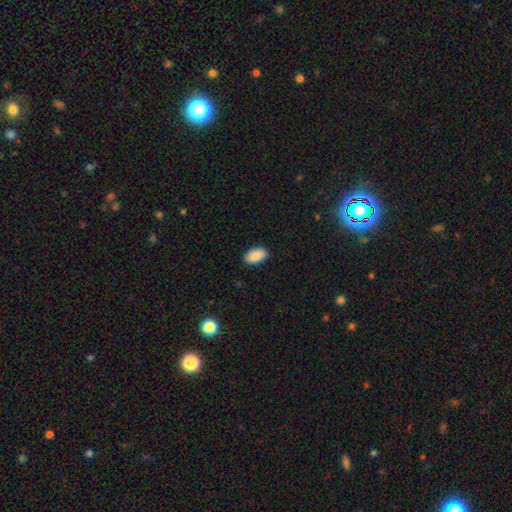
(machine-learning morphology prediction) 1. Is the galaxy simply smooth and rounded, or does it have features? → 89% smooth, 7% star or artifact, 4% featured or disk.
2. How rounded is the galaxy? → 94% in between, 4% round, 1% cigar-shaped.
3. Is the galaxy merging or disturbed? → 89% none, 8% minor disturbance, 2% major disturbance, 1% merger.